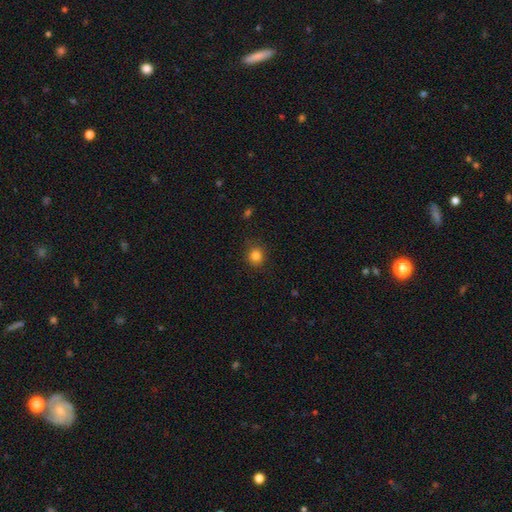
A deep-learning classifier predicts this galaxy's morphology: A smooth galaxy with no disk features (83%) that is round (88%). Merging: none (87%).